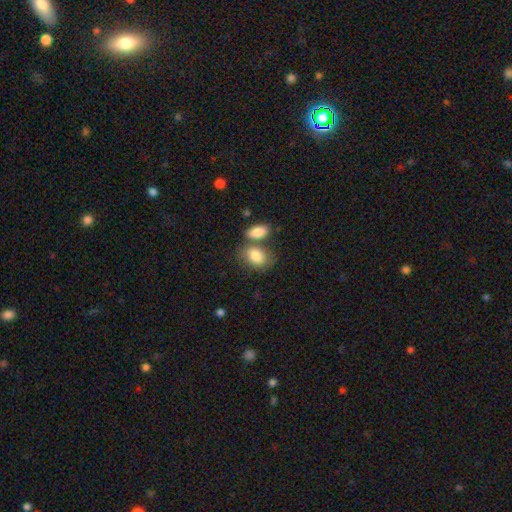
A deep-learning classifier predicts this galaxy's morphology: This appears to be a smooth galaxy with no disk features (83%) that is in between round and cigar-shaped (81%). Merging: none (51%).